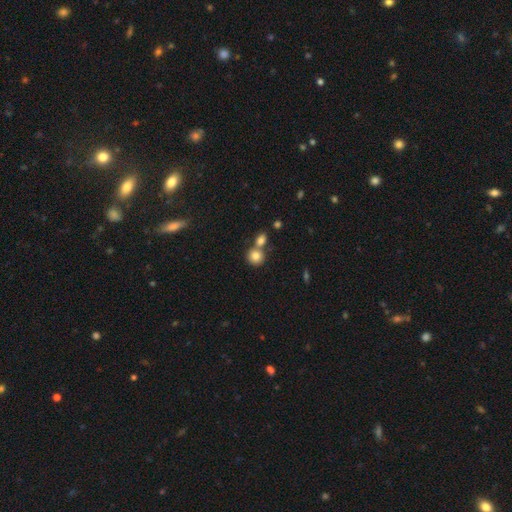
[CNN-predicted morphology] This is clearly a smooth galaxy (82%). How rounded: clearly round (82%). Merging: possibly none (48%).